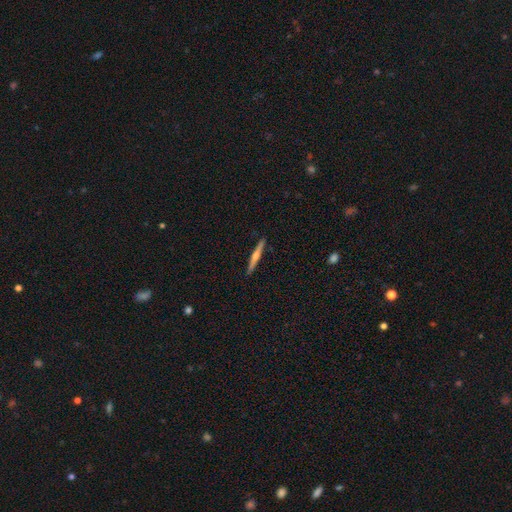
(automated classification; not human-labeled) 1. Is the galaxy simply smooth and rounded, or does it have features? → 60% featured or disk, 35% smooth, 6% star or artifact.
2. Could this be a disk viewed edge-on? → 98% yes, 2% no.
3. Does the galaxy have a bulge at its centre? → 83% rounded, 11% none, 5% boxy.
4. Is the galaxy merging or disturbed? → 91% none, 6% minor disturbance, 1% major disturbance, 1% merger.